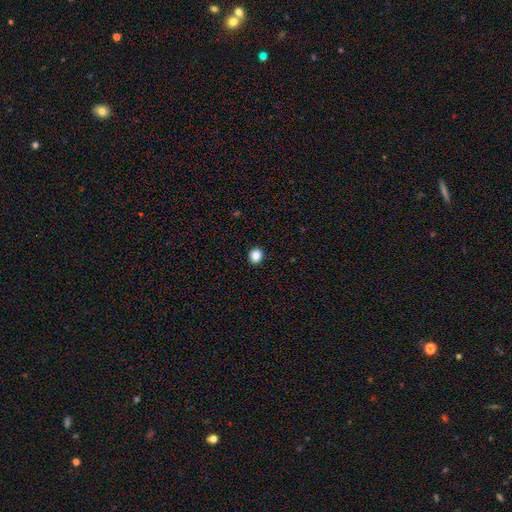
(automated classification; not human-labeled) Morphology: type=smooth (85%); roundness=round (82%); merging=none (93%).